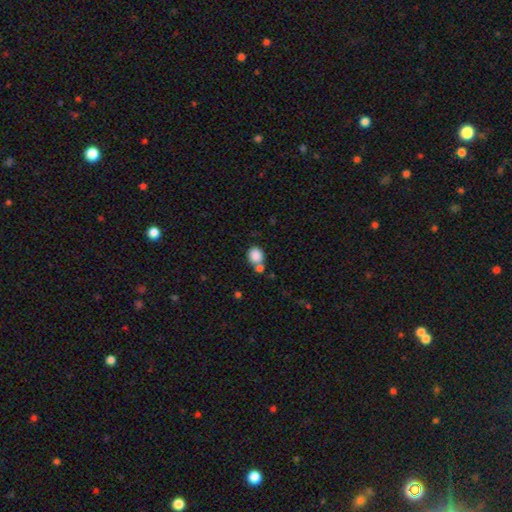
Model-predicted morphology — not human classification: smooth_or_featured: smooth (p=0.86) [alt: star or artifact p=0.09]
how_rounded: round (p=0.69) [alt: in between p=0.30]
merging: none (p=0.53) [alt: merger p=0.31]